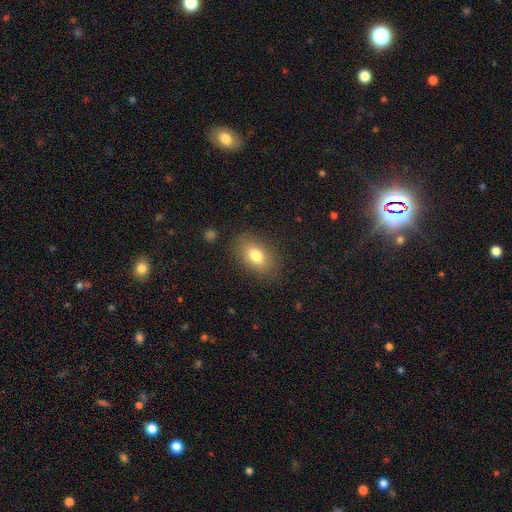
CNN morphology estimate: type=smooth (79%); roundness=in between (87%); merging=none (84%).